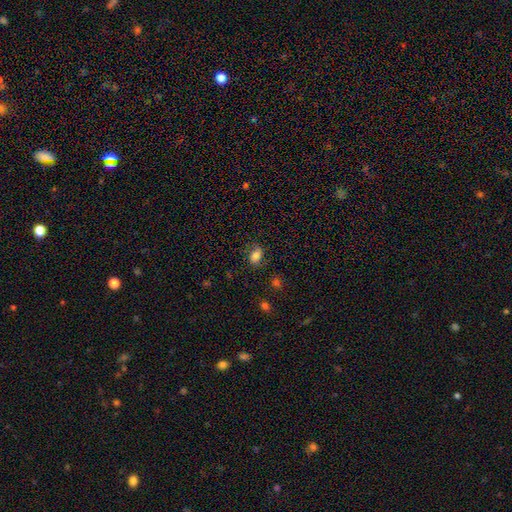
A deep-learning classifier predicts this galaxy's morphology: The model was most divided on "merging": none: 69%, minor disturbance: 21%, major disturbance: 8%, merger: 2%. More confident: how rounded — in between (80%); smooth or featured — smooth (76%).